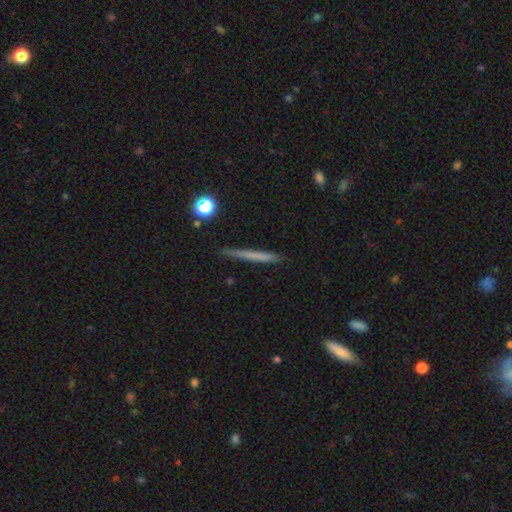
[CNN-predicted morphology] This is likely a smooth galaxy (61%). How rounded: clearly cigar-shaped (96%). Merging: clearly none (88%).